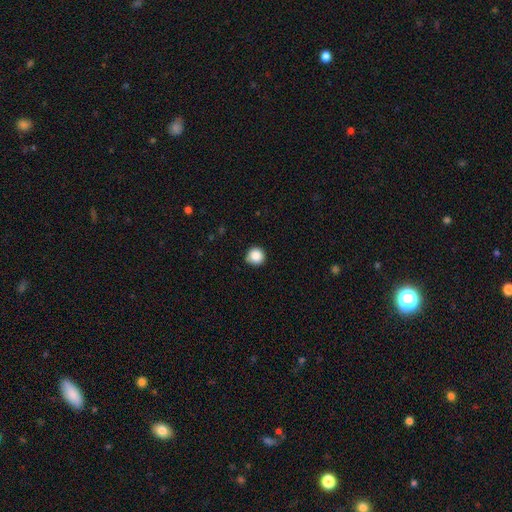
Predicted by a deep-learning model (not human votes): Smooth or featured? smooth (87%)
How rounded? round (95%)
Merging? none (85%)